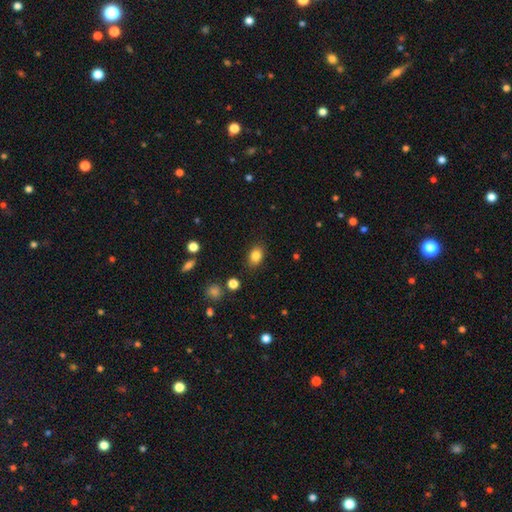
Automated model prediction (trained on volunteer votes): This appears to be a smooth galaxy with no disk features (83%) that is in between round and cigar-shaped (72%). Merging: none (85%).